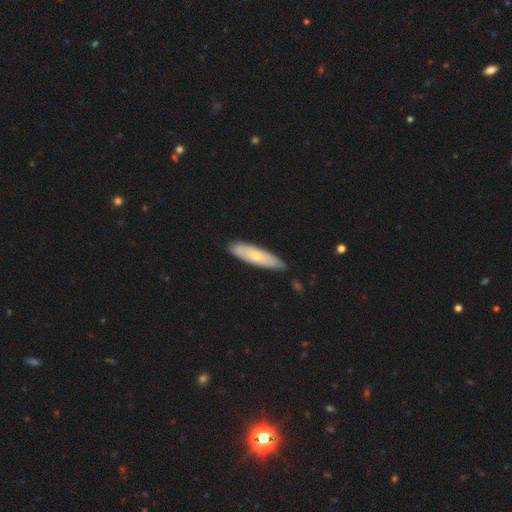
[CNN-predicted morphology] A smooth galaxy with no disk features (51%) that is cigar-shaped (61%). Merging: none (76%).